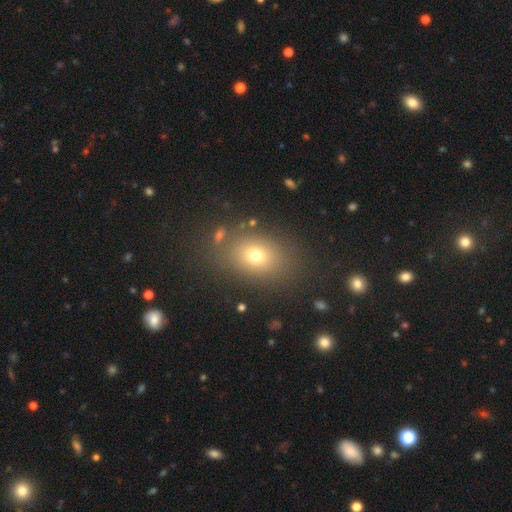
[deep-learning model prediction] The model was most divided on "how rounded": in between: 65%, round: 33%, cigar-shaped: 1%. More confident: merging — none (81%); smooth or featured — smooth (70%).